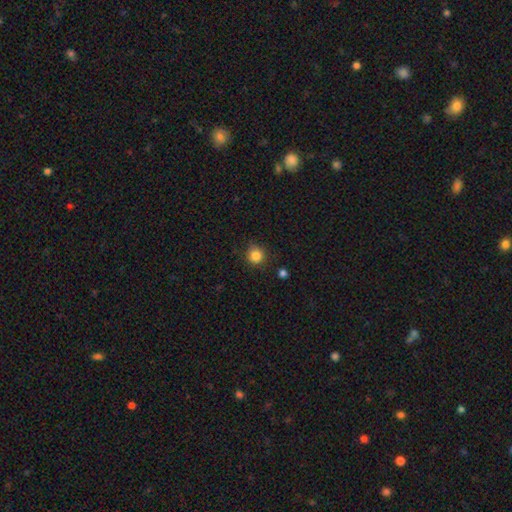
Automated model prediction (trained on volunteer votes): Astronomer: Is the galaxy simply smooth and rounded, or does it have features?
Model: smooth — 84%.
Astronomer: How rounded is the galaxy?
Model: round — 93%.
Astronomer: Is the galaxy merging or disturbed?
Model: none — 84%.